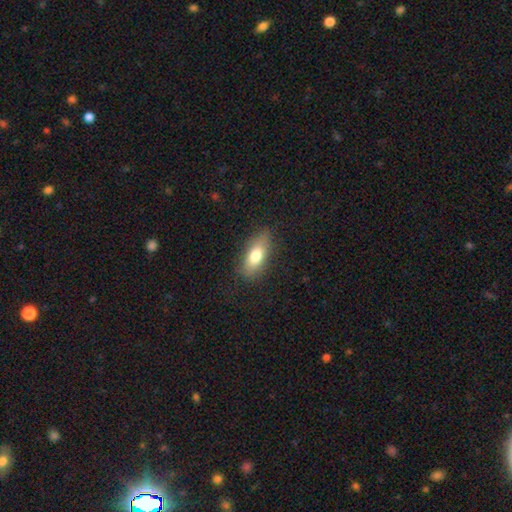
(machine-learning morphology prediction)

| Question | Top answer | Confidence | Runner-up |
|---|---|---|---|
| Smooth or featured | smooth | 75% | featured or disk (17%) |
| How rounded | in between | 78% | cigar-shaped (18%) |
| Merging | none | 81% | minor disturbance (14%) |